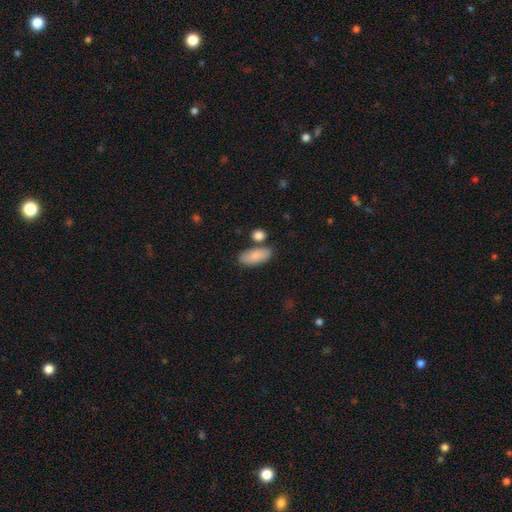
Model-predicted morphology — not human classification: Q: Smooth or featured?
A: smooth (83%); runner-up: featured or disk (10%)
Q: How rounded?
A: in between (87%); runner-up: cigar-shaped (9%)
Q: Merging?
A: none (70%); runner-up: minor disturbance (14%)